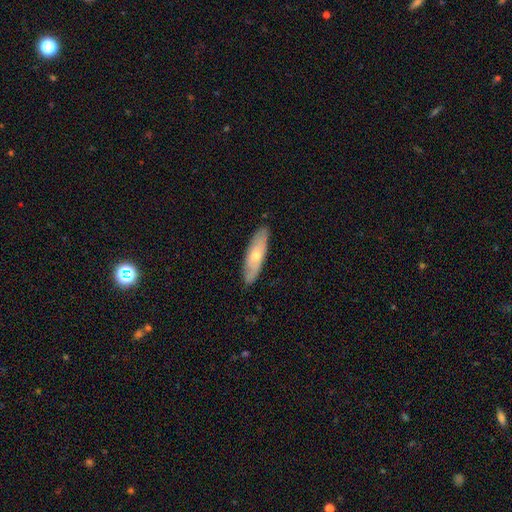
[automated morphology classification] This is possibly a smooth galaxy (56%). How rounded: possibly cigar-shaped (56%). Merging: clearly none (85%).